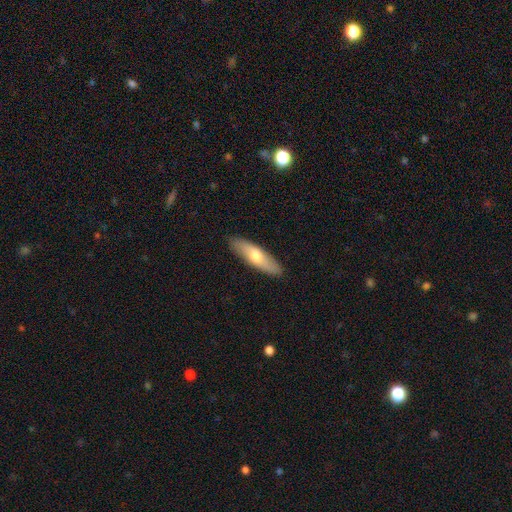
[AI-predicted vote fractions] A smooth galaxy with no disk features (62%) that is cigar-shaped (60%). Merging: none (89%).